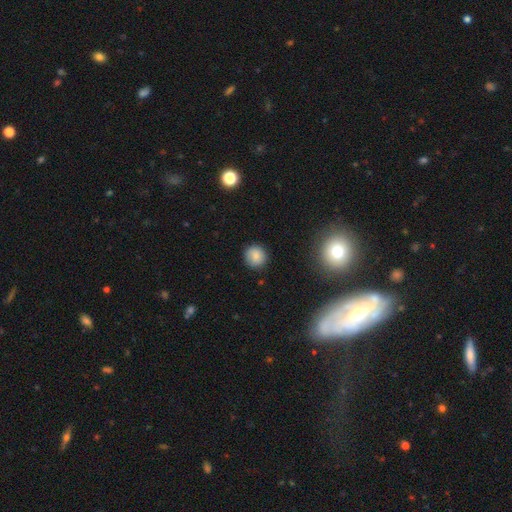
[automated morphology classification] type=smooth (83%); roundness=round (92%); merging=none (89%).